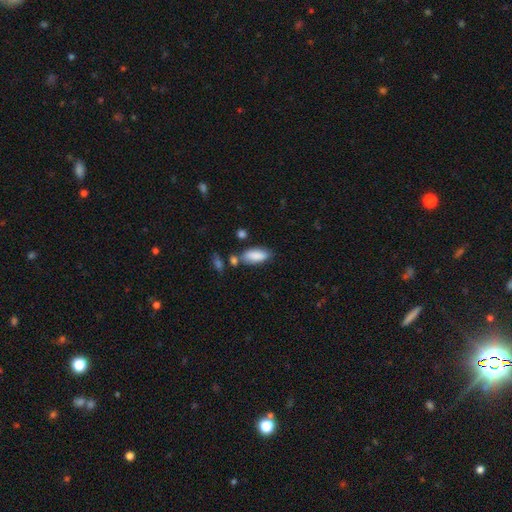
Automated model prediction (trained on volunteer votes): Smooth or featured? smooth (86%)
How rounded? in between (86%)
Merging? none (65%)